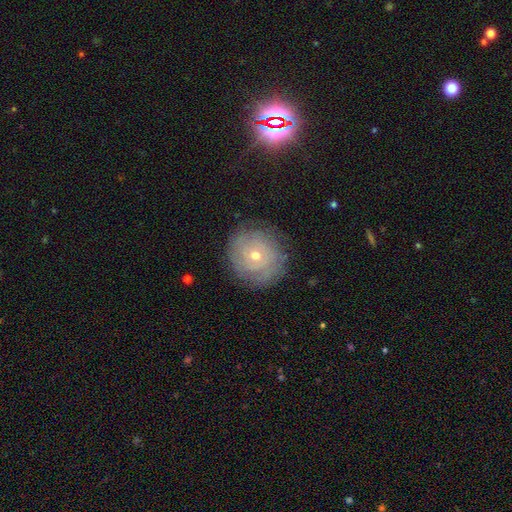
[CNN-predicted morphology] A featured or disk galaxy (67%) with no bar (78%), tight (81%) spiral arms (81%) and a small central bulge (56%).

Vote fractions:
- Smooth or featured? featured or disk: 67% / smooth: 23% / star or artifact: 10%
- Edge-on disk? no: 97% / yes: 3%
- Bar? no: 78% / weak: 18% / strong: 4%
- Spiral arms? yes: 81% / no: 19%
- Spiral winding? tight: 81% / medium: 14% / loose: 5%
- Spiral arm count? can't tell: 54% / 2: 18% / 3: 11% / 4: 7% / more than 4: 5% / 1: 5%
- Bulge size? small: 56% / moderate: 41% / large: 1% / none: 1% / dominant: 1%
- Merging? none: 81% / minor disturbance: 13% / major disturbance: 5% / merger: 1%